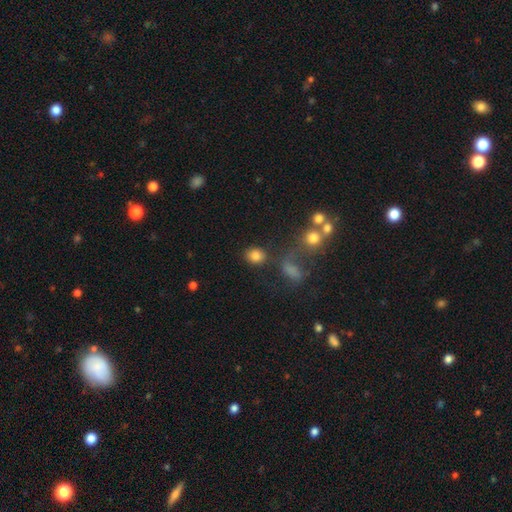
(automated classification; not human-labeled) This is clearly a smooth galaxy (81%). How rounded: possibly round (57%). Merging: likely none (74%).